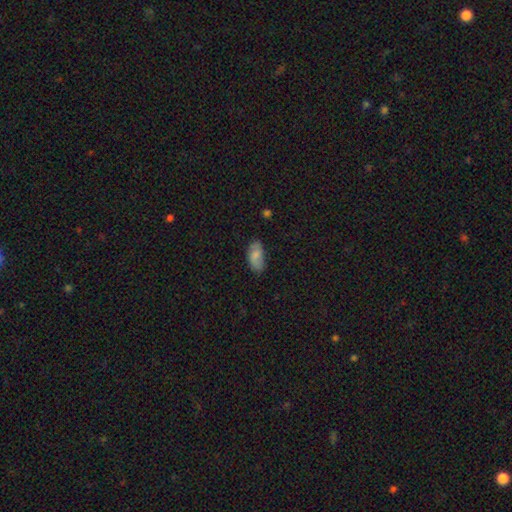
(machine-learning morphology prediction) smooth_or_featured: smooth (p=0.80) [alt: featured or disk p=0.13]
how_rounded: in between (p=0.93) [alt: cigar-shaped p=0.04]
merging: none (p=0.70) [alt: minor disturbance p=0.24]